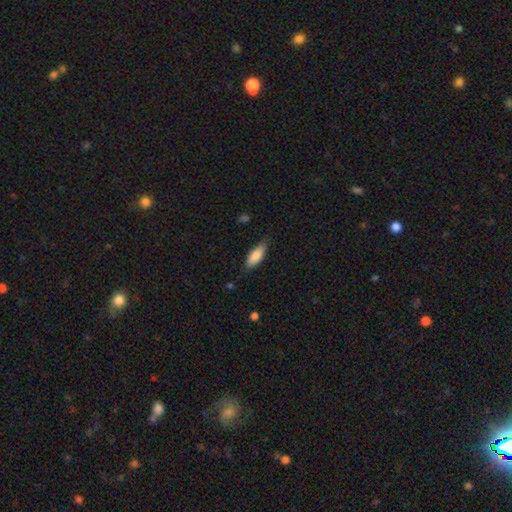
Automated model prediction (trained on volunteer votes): smooth-or-featured: smooth: 86% | featured or disk: 8% | star or artifact: 6%
  how-rounded: in between: 71% | cigar-shaped: 27% | round: 2%
  merging: none: 78% | minor disturbance: 17% | major disturbance: 3% | merger: 1%